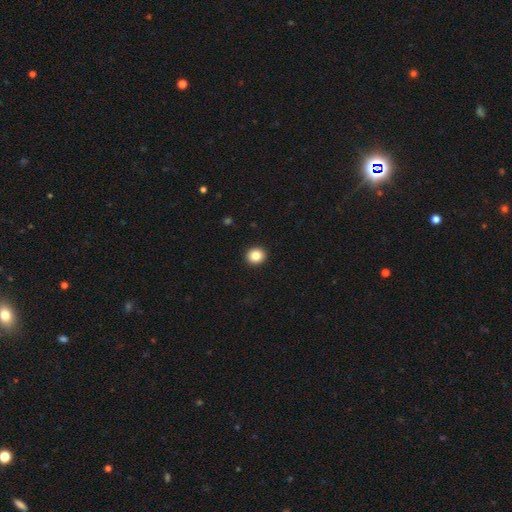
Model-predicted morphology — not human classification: This appears to be a smooth galaxy with no disk features (85%) that is round (81%). Merging: none (93%).